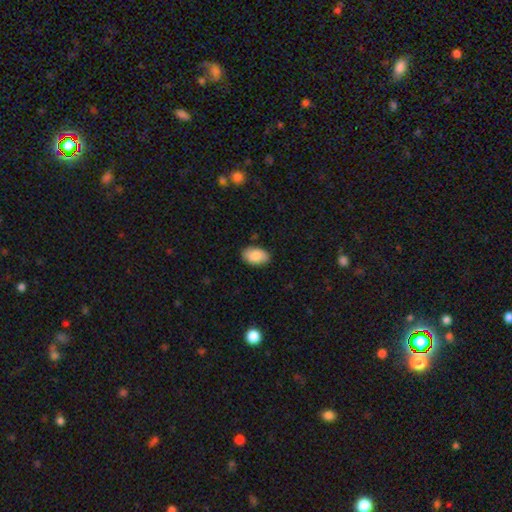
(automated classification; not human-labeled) This appears to be a smooth galaxy with no disk features (88%) that is in between round and cigar-shaped (91%). Merging: none (86%).